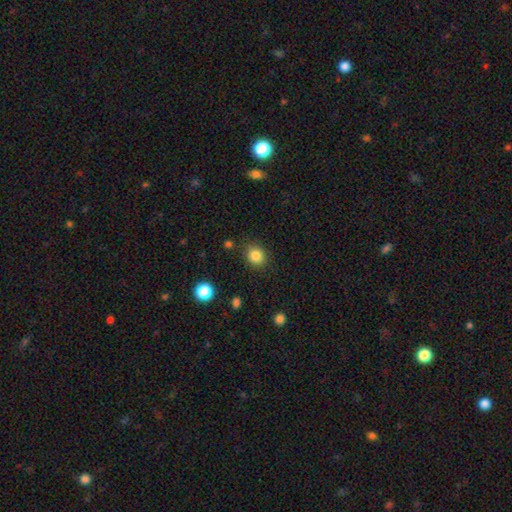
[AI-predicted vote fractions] Smooth or featured: smooth — 85% (star or artifact — 11%)
How rounded: round — 78% (in between — 21%)
Merging: none — 86% (minor disturbance — 9%)